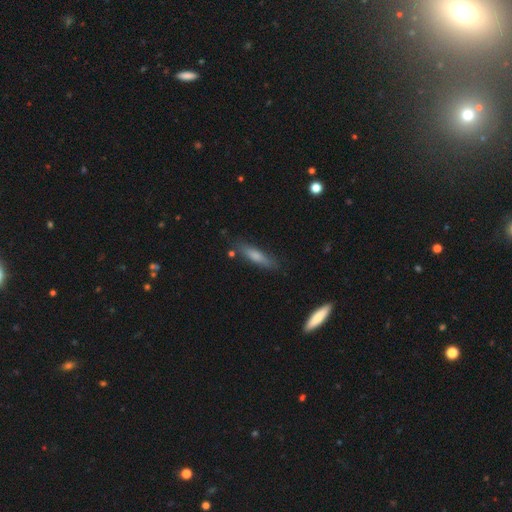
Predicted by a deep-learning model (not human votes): Overall: smooth (70%). How rounded: cigar-shaped (74%). Merging: none (78%).